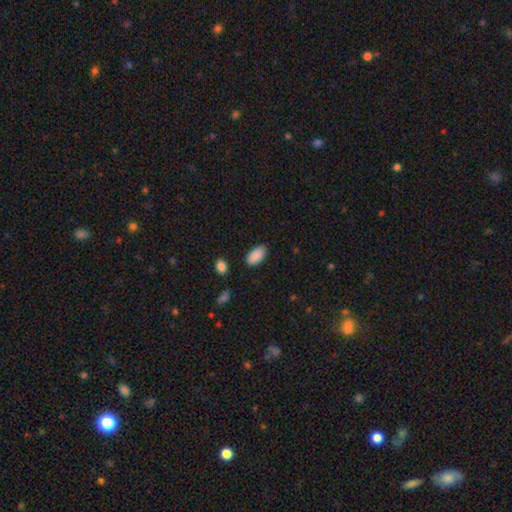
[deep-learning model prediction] smooth-or-featured: smooth: 90% | star or artifact: 7% | featured or disk: 3%
  how-rounded: in between: 94% | cigar-shaped: 3% | round: 3%
  merging: none: 84% | minor disturbance: 12% | major disturbance: 3% | merger: 2%